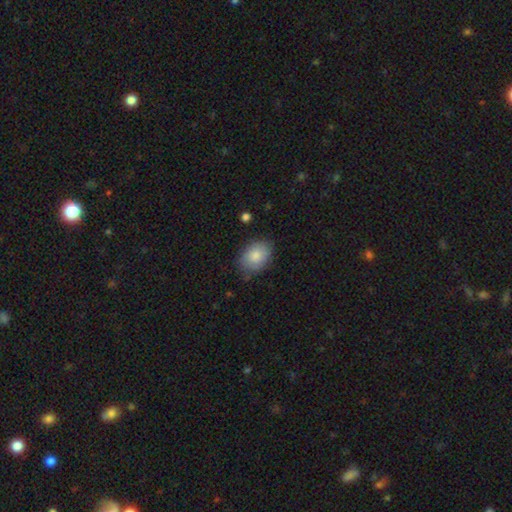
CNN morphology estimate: smooth_or_featured: smooth (p=0.84) [alt: featured or disk p=0.09]
how_rounded: in between (p=0.78) [alt: round p=0.21]
merging: none (p=0.75) [alt: minor disturbance p=0.19]